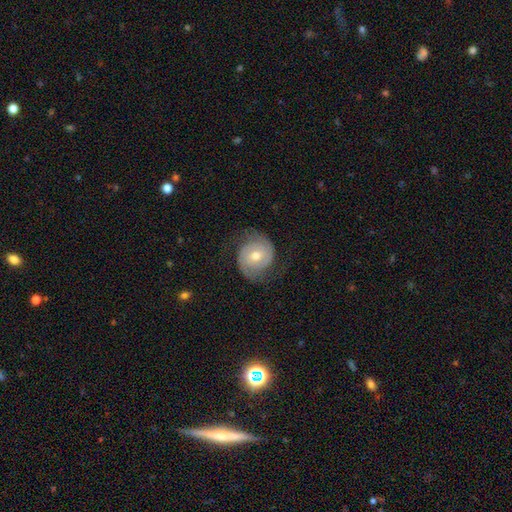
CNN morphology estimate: type=featured or disk (81%); edge-on=no (98%); bar=no (61%); spiral arms=yes (95%); winding=tight (45%); arm count=2 (90%); bulge=moderate (71%); merging=none (77%).